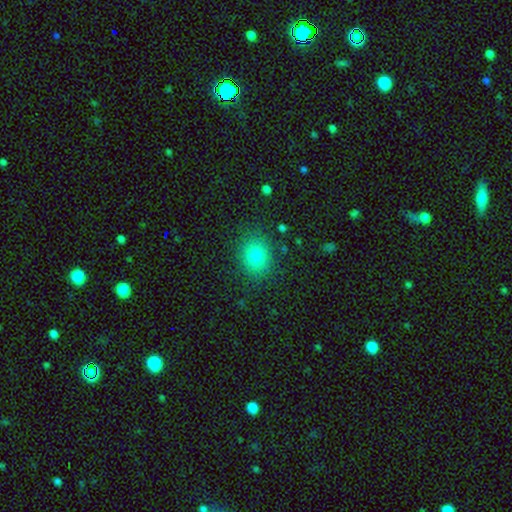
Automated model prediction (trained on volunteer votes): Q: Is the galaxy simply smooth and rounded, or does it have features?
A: smooth — 79%.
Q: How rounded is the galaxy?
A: round — 59%.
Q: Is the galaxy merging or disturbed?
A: none — 84%.